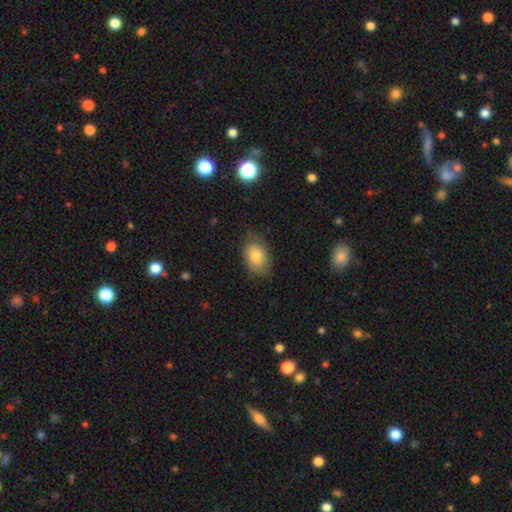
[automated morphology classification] This appears to be a smooth galaxy with no disk features (78%) that is in between round and cigar-shaped (83%). Merging: none (72%).